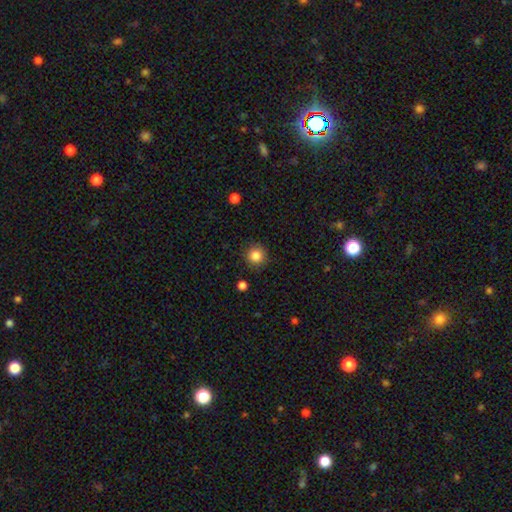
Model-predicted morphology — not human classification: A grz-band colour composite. It shows a smooth galaxy with no disk features (85%) that is round (94%). Merging: none (90%).